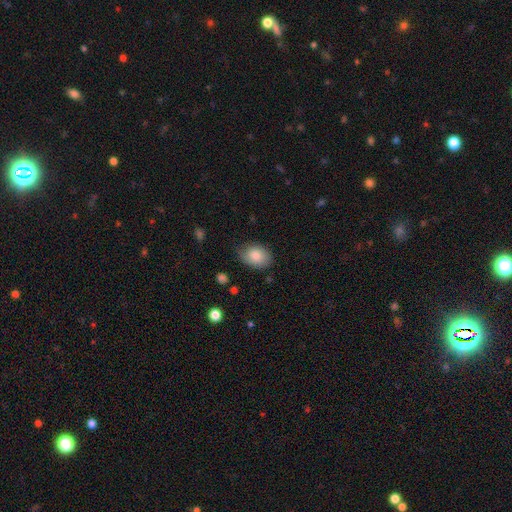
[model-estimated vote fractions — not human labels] Morphology: type=smooth (83%); roundness=in between (75%); merging=none (69%).